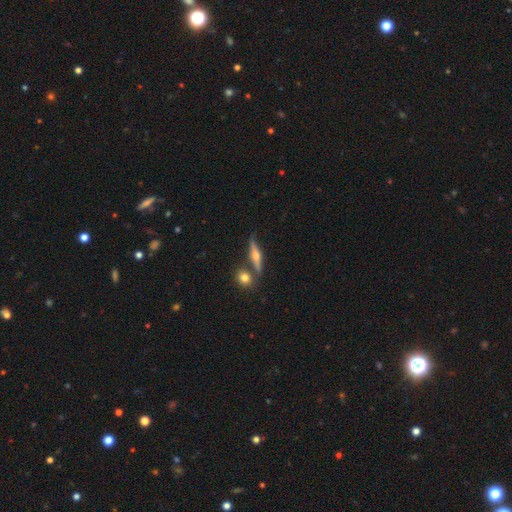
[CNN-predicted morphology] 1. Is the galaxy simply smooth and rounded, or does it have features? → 66% featured or disk, 27% smooth, 7% star or artifact.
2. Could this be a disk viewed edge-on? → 95% yes, 5% no.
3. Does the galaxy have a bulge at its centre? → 93% rounded, 4% boxy, 3% none.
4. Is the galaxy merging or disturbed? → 73% none, 13% merger, 11% minor disturbance, 3% major disturbance.